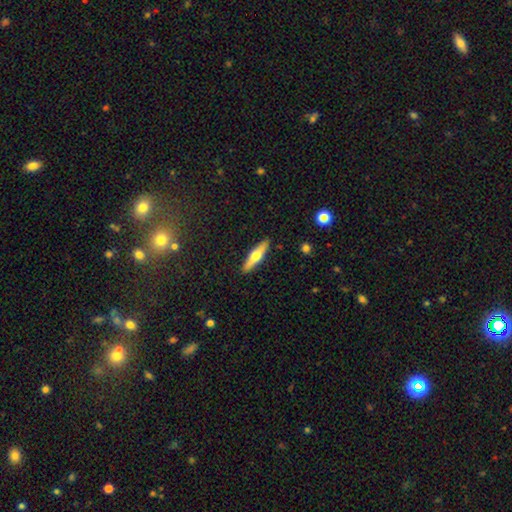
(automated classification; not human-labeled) Smooth or featured? featured or disk (48%)
Merging? none (90%)